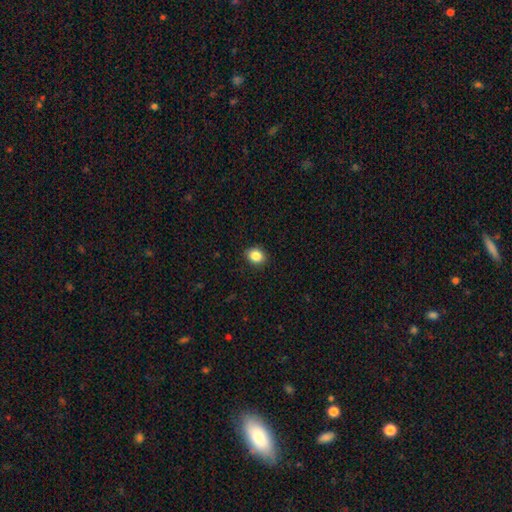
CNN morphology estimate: smooth-or-featured: smooth: 86% | star or artifact: 10% | featured or disk: 4%
  how-rounded: round: 61% | in between: 38% | cigar-shaped: 1%
  merging: none: 89% | minor disturbance: 8% | major disturbance: 2% | merger: 1%